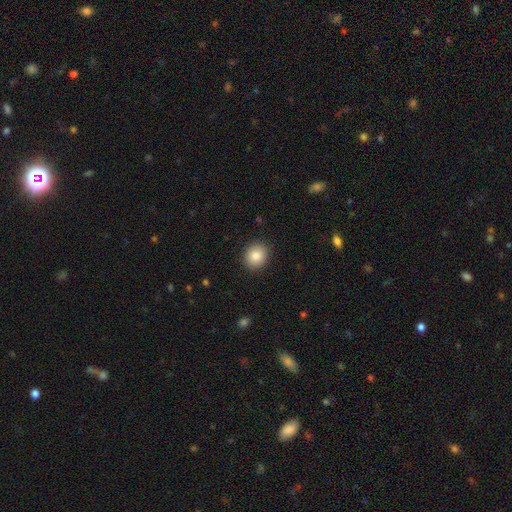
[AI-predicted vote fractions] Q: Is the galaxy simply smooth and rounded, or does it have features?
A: smooth — 85%.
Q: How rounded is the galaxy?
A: round — 76%.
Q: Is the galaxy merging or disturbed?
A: none — 90%.